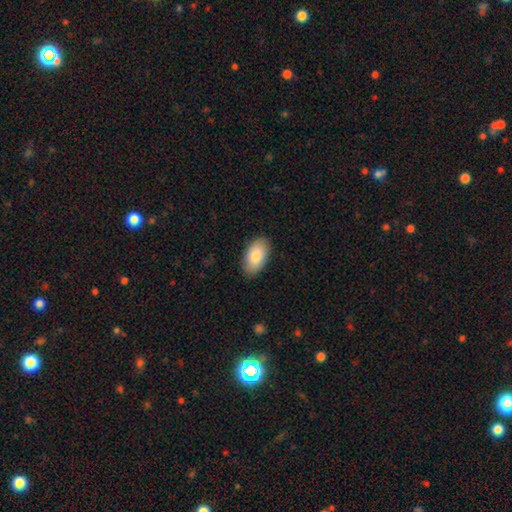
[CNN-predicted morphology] A smooth galaxy with no disk features (84%) that is in between round and cigar-shaped (95%). Merging: none (87%).